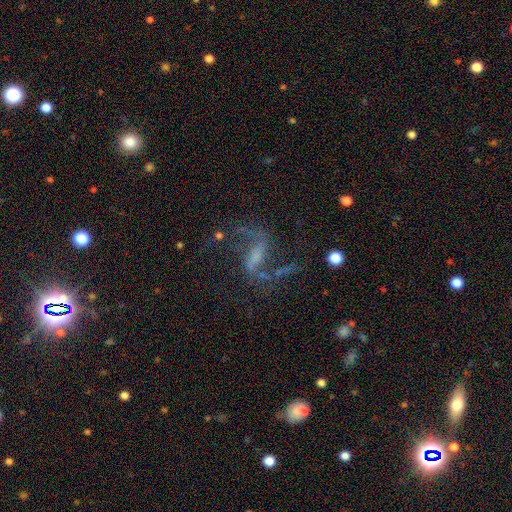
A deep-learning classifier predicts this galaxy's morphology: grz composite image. It shows a featured or disk galaxy (83%) with a strong bar (41%, tied with weak), 2 (90%) loose (73%) spiral arms (93%) and a small central bulge (37%). Merging: none (60%).